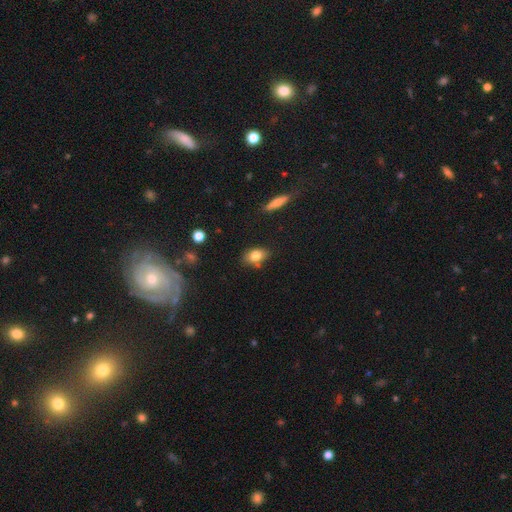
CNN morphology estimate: smooth 79%, featured or disk 12%, star or artifact 9%. Down the decision tree: how rounded — in between (81%); merging — none (70%).